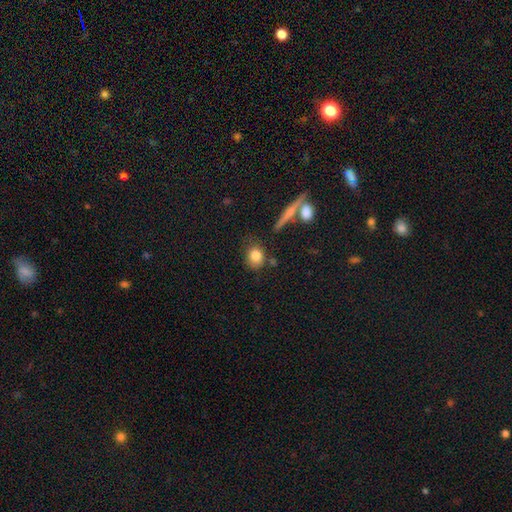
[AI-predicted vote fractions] Q: Smooth or featured?
A: smooth (81%); runner-up: featured or disk (10%)
Q: How rounded?
A: round (62%); runner-up: in between (35%)
Q: Merging?
A: none (73%); runner-up: minor disturbance (14%)